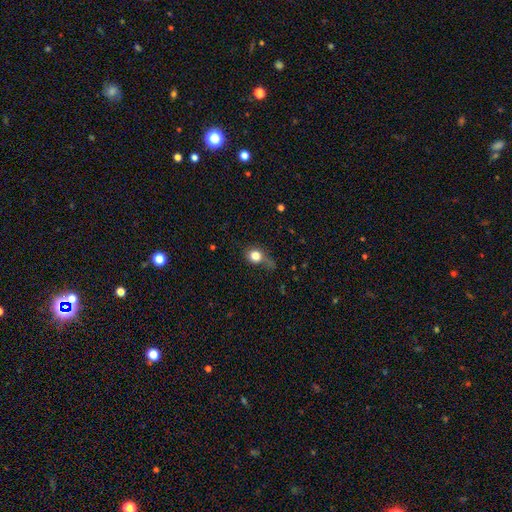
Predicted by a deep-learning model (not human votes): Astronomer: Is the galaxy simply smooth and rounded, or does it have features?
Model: smooth — 78%.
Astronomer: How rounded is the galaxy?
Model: round — 76%.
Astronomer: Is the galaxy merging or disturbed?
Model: none — 46% (runner-up: minor disturbance, 27%).